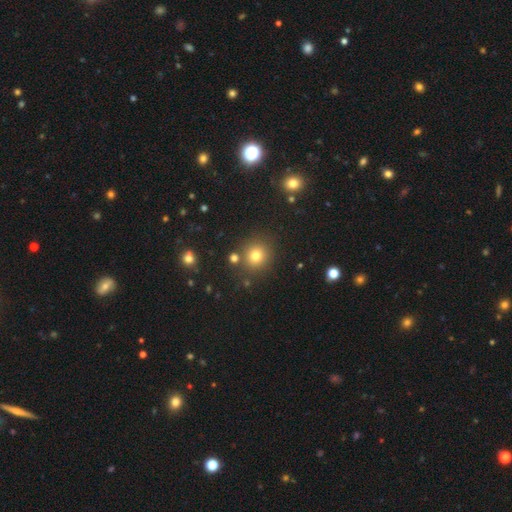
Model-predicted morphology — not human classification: smooth_or_featured: smooth (p=0.76) [alt: star or artifact p=0.16]
how_rounded: round (p=0.89) [alt: in between p=0.10]
merging: none (p=0.83) [alt: minor disturbance p=0.08]